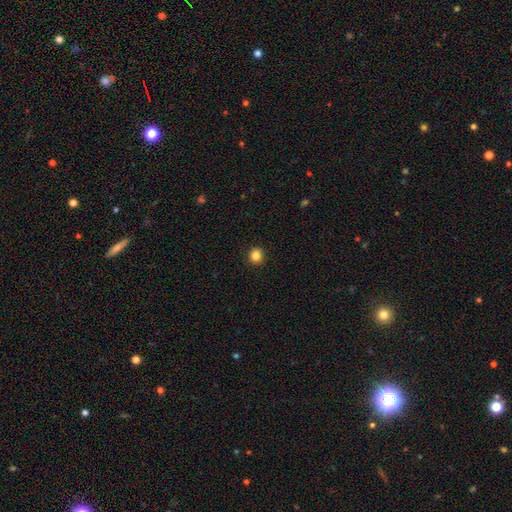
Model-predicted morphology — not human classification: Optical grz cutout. It shows a smooth galaxy with no disk features (85%) that is round (91%). Merging: none (93%).